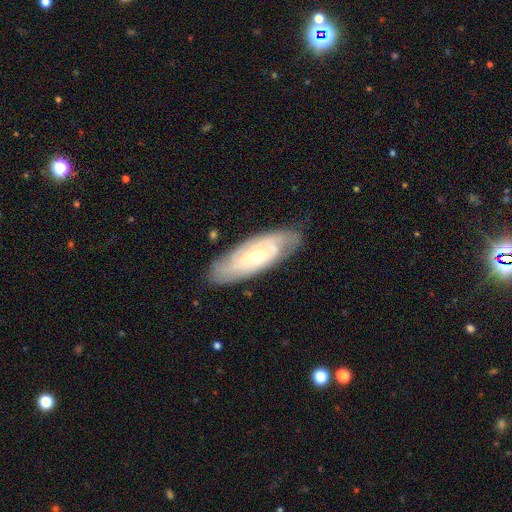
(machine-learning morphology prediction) This appears to be a featured or disk galaxy (74%) with no bar (66%), tight (67%) spiral arms (89%) and a small central bulge (63%). Merging: none (80%).